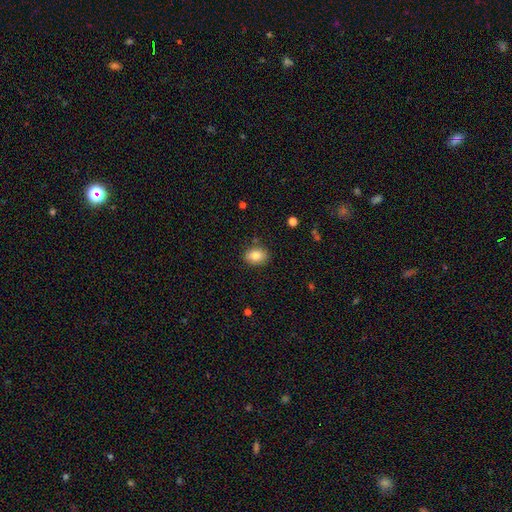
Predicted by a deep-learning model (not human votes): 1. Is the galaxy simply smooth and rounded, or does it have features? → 82% smooth, 10% featured or disk, 9% star or artifact.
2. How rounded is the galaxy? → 71% in between, 28% round, 1% cigar-shaped.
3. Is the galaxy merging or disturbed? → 85% none, 10% minor disturbance, 2% major disturbance, 2% merger.